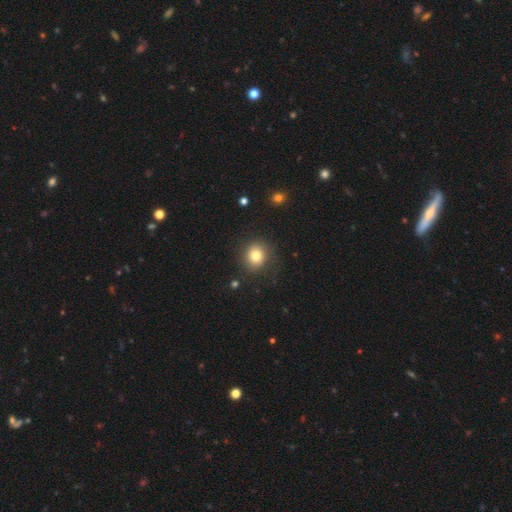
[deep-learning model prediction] smooth 79%, star or artifact 11%, featured or disk 10%. Down the decision tree: how rounded — round (81%); merging — none (80%).